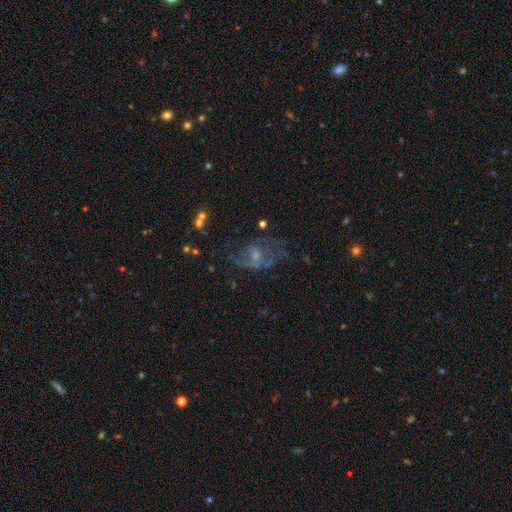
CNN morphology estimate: Q: Smooth or featured?
A: featured or disk (62%); runner-up: star or artifact (19%)
Q: Edge-on disk?
A: no (96%); runner-up: yes (4%)
Q: Bar?
A: no (60%); runner-up: weak (34%)
Q: Spiral arms?
A: yes (70%); runner-up: no (30%)
Q: Bulge size?
A: small (53%); runner-up: moderate (34%)
Q: Merging?
A: none (46%); runner-up: major disturbance (31%)